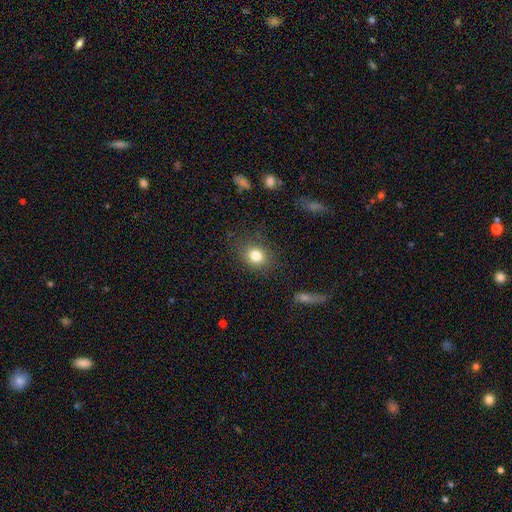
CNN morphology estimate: Smooth or featured: smooth — 81% (star or artifact — 11%)
How rounded: round — 60% (in between — 39%)
Merging: none — 82% (minor disturbance — 12%)